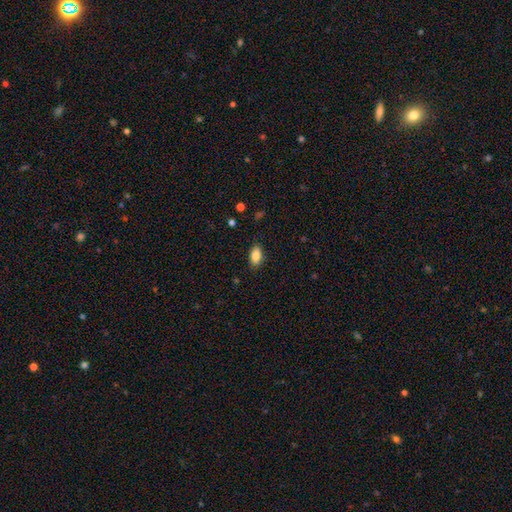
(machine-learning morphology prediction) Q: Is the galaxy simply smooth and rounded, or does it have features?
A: smooth — 86%.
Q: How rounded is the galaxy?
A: in between — 91%.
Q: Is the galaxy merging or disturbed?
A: none — 86%.